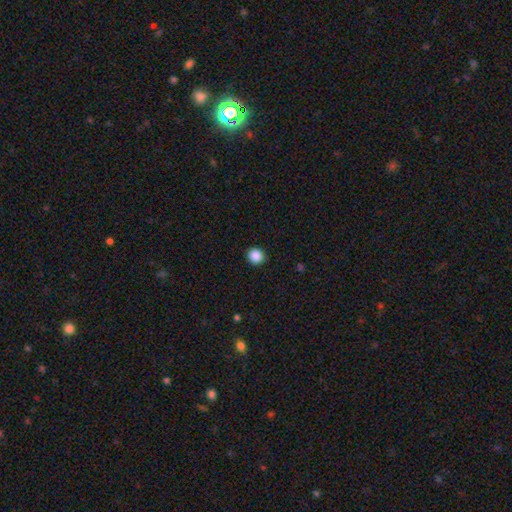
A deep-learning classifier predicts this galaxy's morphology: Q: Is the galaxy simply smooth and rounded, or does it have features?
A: smooth — 88%.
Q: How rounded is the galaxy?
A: round — 92%.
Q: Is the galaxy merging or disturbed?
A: none — 92%.